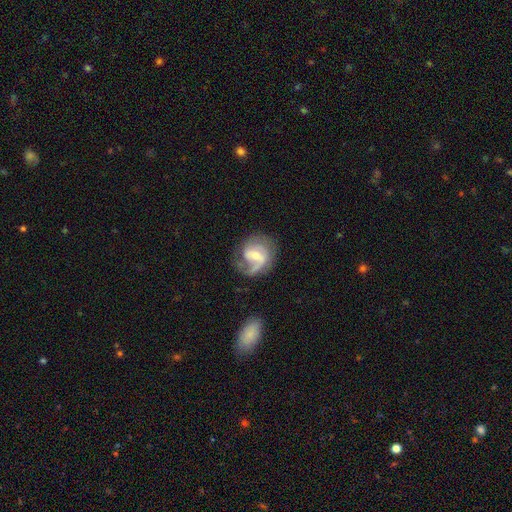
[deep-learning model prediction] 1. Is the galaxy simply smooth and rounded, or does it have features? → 79% featured or disk, 15% smooth, 6% star or artifact.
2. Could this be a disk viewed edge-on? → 97% no, 3% yes.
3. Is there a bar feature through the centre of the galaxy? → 52% weak, 29% no, 19% strong.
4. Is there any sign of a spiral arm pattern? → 92% yes, 8% no.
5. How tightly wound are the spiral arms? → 46% medium, 29% loose, 25% tight.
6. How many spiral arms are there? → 50% 2, 31% 1, 11% can't tell, 5% 3, 2% 4, 1% more than 4.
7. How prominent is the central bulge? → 52% small, 42% moderate, 3% large, 3% none, 1% dominant.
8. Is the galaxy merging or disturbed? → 57% none, 21% minor disturbance, 18% major disturbance, 3% merger.